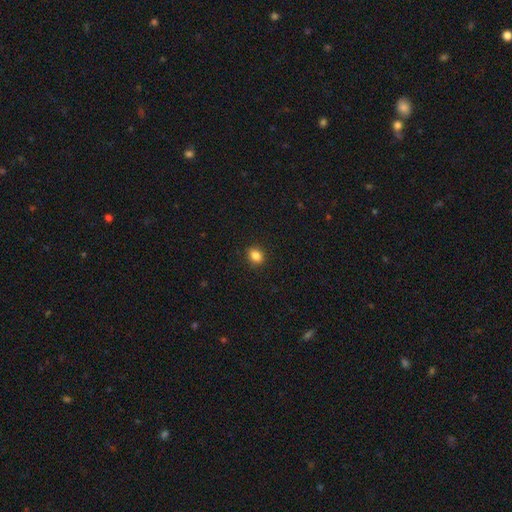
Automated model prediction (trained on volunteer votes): A smooth galaxy with no disk features (84%) that is in between round and cigar-shaped (52%).

Vote fractions:
- Smooth or featured? smooth: 84% / star or artifact: 11% / featured or disk: 5%
- How rounded? in between: 52% / round: 47% / cigar-shaped: 1%
- Merging? none: 89% / minor disturbance: 8% / major disturbance: 2% / merger: 1%